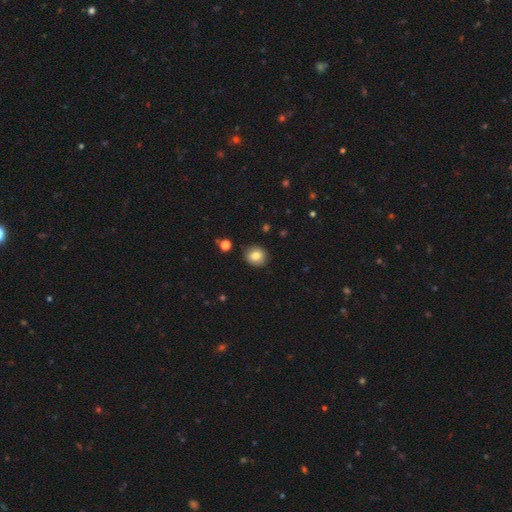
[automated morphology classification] The model was most divided on "how rounded": round: 81%, in between: 18%, cigar-shaped: 1%. More confident: merging — none (88%); smooth or featured — smooth (80%).